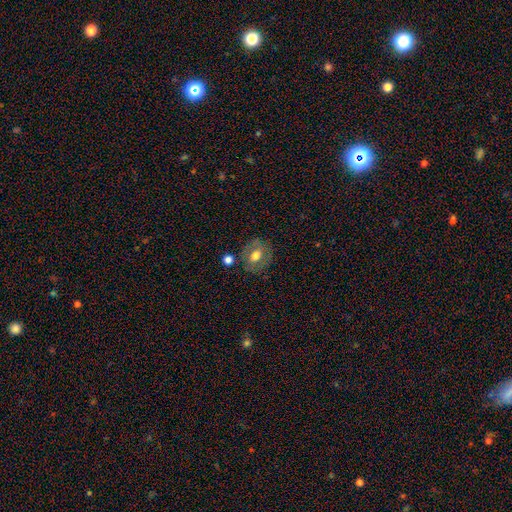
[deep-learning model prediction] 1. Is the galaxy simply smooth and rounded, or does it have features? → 58% smooth, 34% featured or disk, 9% star or artifact.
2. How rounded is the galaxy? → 59% round, 40% in between, 1% cigar-shaped.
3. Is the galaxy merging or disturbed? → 77% none, 14% minor disturbance, 5% major disturbance, 5% merger.